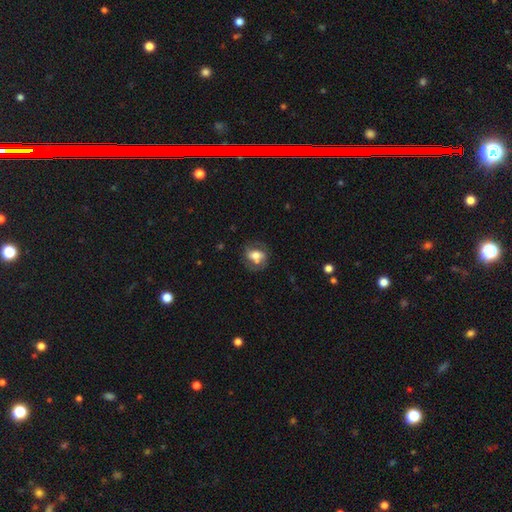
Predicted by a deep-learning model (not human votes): The model was most divided on "smooth or featured": smooth: 48%, featured or disk: 43%, star or artifact: 8%. More confident: merging — none (60%).